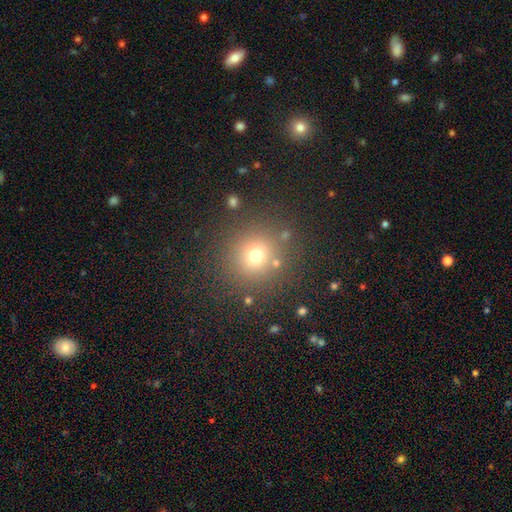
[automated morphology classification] smooth_or_featured: smooth (p=0.69) [alt: star or artifact p=0.21]
how_rounded: round (p=0.92) [alt: in between p=0.07]
merging: none (p=0.84) [alt: minor disturbance p=0.08]